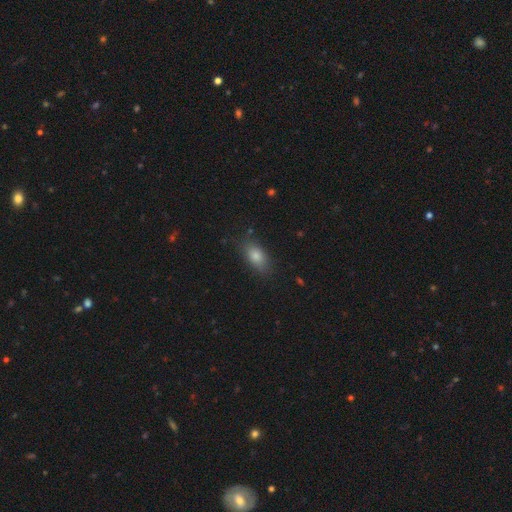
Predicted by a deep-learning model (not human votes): Overall: smooth (79%). How rounded: in between (84%). Merging: none (81%).